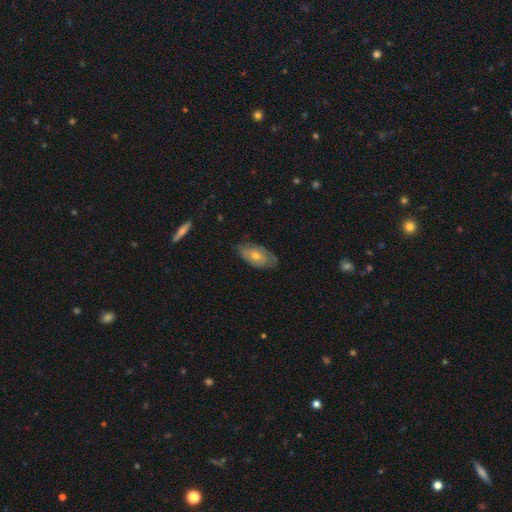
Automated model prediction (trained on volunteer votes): Smooth or featured?
  - featured or disk: 55% *
  - smooth: 37%
  - star or artifact: 8%
Edge-on disk?
  - no: 87% *
  - yes: 13%
Merging?
  - none: 71% *
  - minor disturbance: 22%
  - major disturbance: 6%
  - merger: 1%